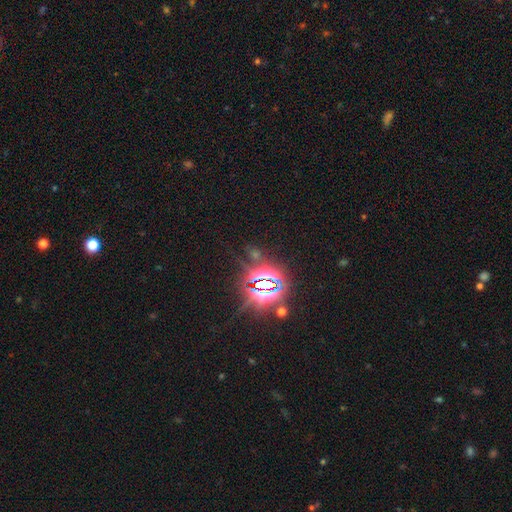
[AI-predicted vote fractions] The model was most divided on "smooth or featured": star or artifact: 81%, smooth: 10%, featured or disk: 8%.